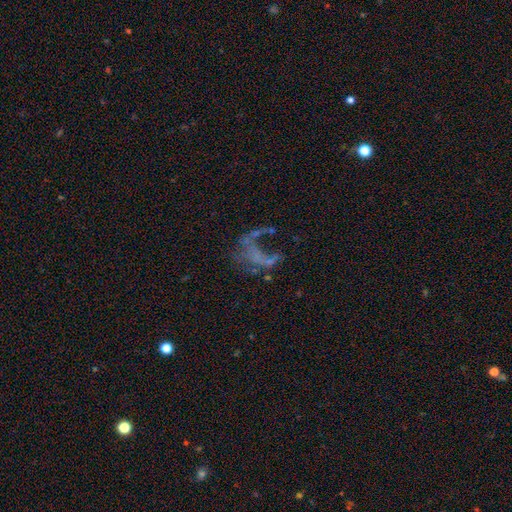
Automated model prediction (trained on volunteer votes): smooth-or-featured: featured or disk: 55% | star or artifact: 23% | smooth: 22%
  disk-edge-on: no: 97% | yes: 3%
    bar: no: 87% | weak: 9% | strong: 4%
    has-spiral-arms: no: 83% | yes: 17%
    bulge-size: none: 83% | small: 10% | moderate: 4% | large: 2% | dominant: 1%
  merging: major disturbance: 45% | none: 29% | merger: 15% | minor disturbance: 11%